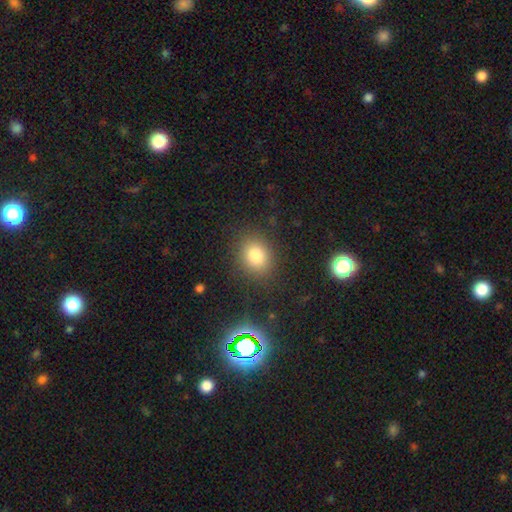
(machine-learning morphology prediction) type=smooth (81%); roundness=round (62%); merging=none (85%).